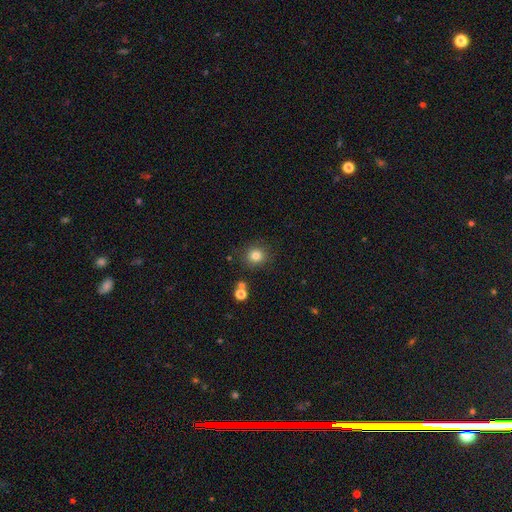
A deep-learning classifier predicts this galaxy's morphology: Smooth or featured?
  - smooth: 81% *
  - star or artifact: 13%
  - featured or disk: 7%
How rounded?
  - round: 88% *
  - in between: 11%
  - cigar-shaped: 1%
Merging?
  - none: 84% *
  - minor disturbance: 9%
  - merger: 4%
  - major disturbance: 3%